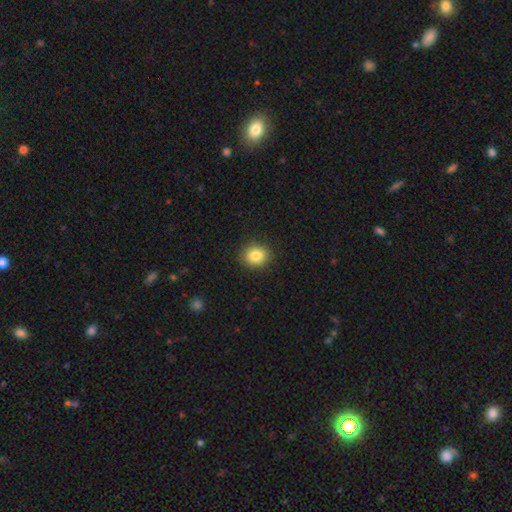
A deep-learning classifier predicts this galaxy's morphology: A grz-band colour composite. It shows a smooth galaxy with no disk features (84%) that is round (76%). Merging: none (91%).